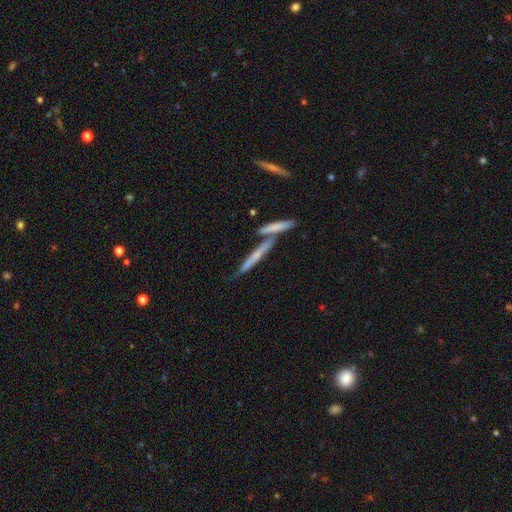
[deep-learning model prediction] Q: Smooth or featured?
A: featured or disk (52%); runner-up: smooth (39%)
Q: Edge-on disk?
A: yes (89%); runner-up: no (11%)
Q: Merging?
A: none (57%); runner-up: merger (29%)